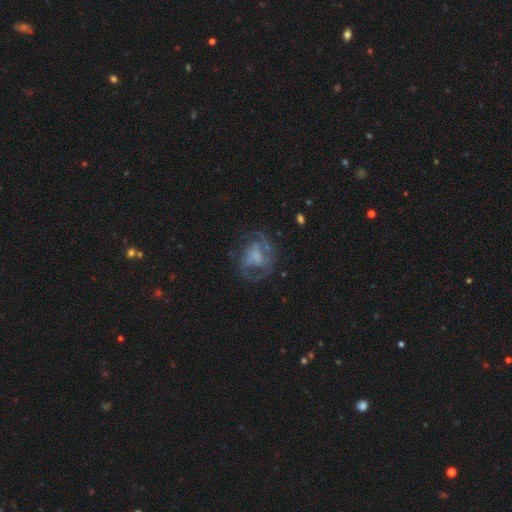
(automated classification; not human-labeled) Morphology: type=featured or disk (72%); edge-on=no (97%); bar=no (46%); spiral arms=yes (85%); winding=medium (49%); arm count=2 (50%); bulge=none (38%); merging=none (57%).